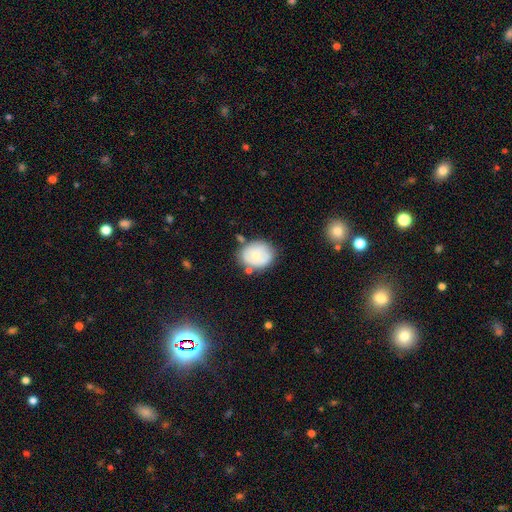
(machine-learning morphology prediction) Smooth or featured? smooth (50%)
How rounded? round (54%)
Merging? none (65%)